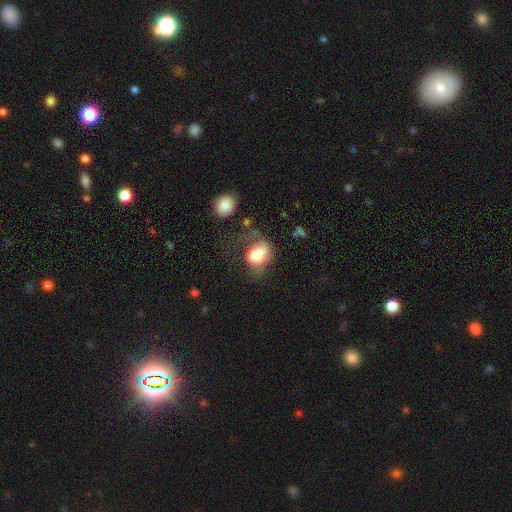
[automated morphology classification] Overall: smooth (65%). How rounded: in between (65%; round 33%). Merging: major disturbance (36%; none 27%).